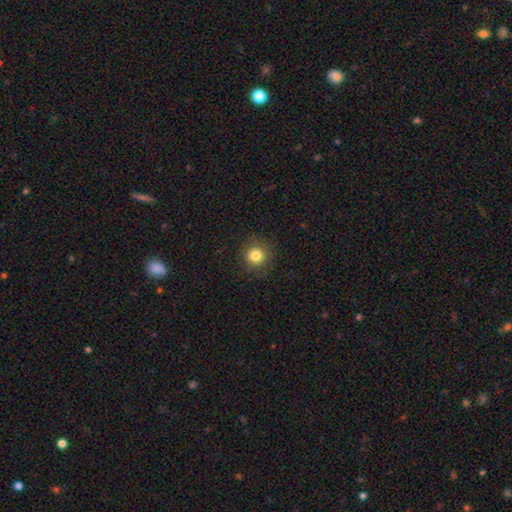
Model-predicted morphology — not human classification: A smooth galaxy with no disk features (82%) that is round (94%). Merging: none (88%).